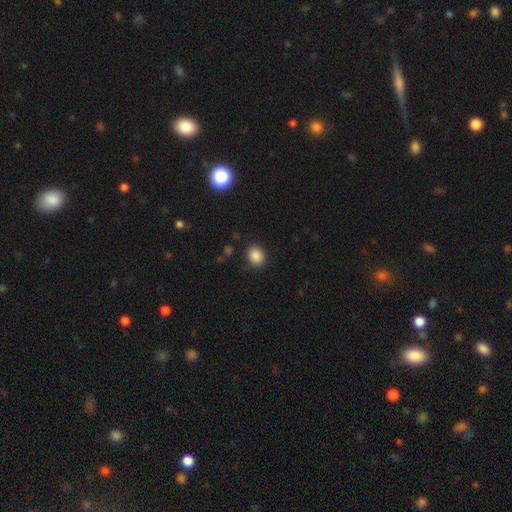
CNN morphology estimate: This appears to be a smooth galaxy with no disk features (87%) that is round (60%). Merging: none (86%).